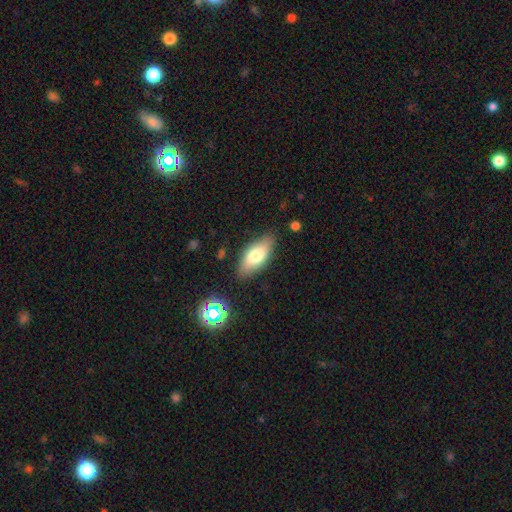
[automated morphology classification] type=smooth (71%); roundness=in between (84%); merging=none (83%).